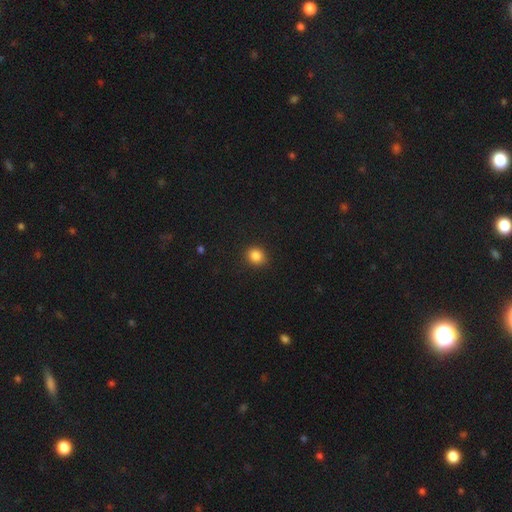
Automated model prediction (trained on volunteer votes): Smooth or featured: smooth — 85% (star or artifact — 11%)
How rounded: round — 78% (in between — 21%)
Merging: none — 90% (minor disturbance — 7%)